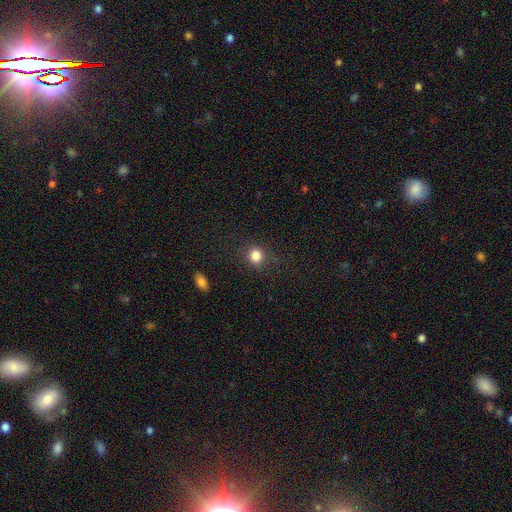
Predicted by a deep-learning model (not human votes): Smooth or featured?
  - smooth: 84% *
  - star or artifact: 12%
  - featured or disk: 5%
How rounded?
  - round: 80% *
  - in between: 19%
  - cigar-shaped: 1%
Merging?
  - none: 82% *
  - minor disturbance: 12%
  - major disturbance: 5%
  - merger: 1%